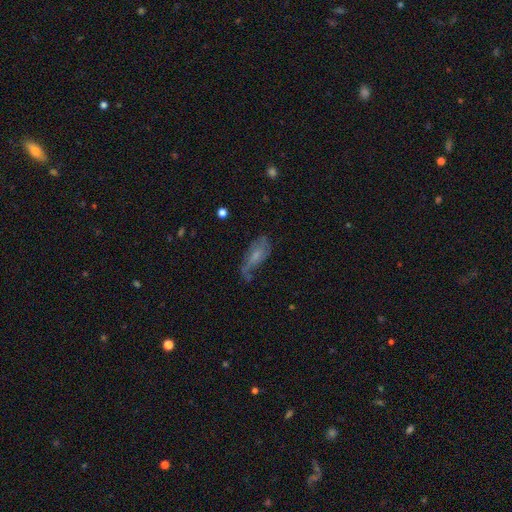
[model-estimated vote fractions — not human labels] smooth-or-featured: featured or disk: 52% | smooth: 38% | star or artifact: 10%
  disk-edge-on: no: 86% | yes: 14%
  merging: none: 41% | minor disturbance: 31% | major disturbance: 24% | merger: 4%